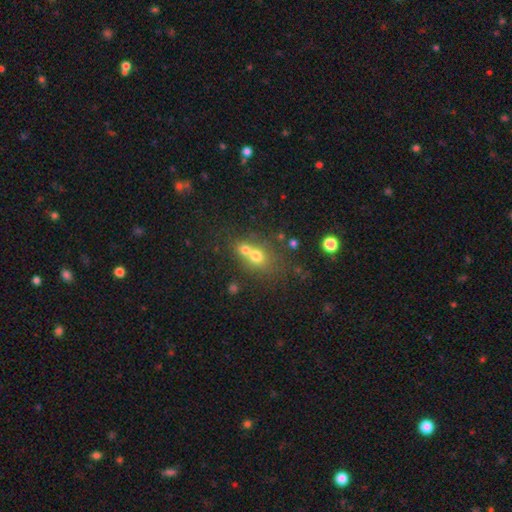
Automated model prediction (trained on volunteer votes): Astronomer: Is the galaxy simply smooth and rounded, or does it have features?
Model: smooth — 67%.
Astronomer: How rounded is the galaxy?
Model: round — 64%.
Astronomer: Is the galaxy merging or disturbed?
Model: merger — 58%.